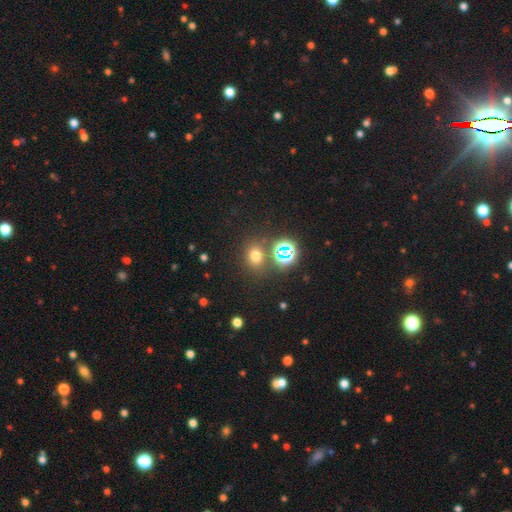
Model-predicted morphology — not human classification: Smooth or featured? smooth (64%)
How rounded? round (67%)
Merging? none (76%)